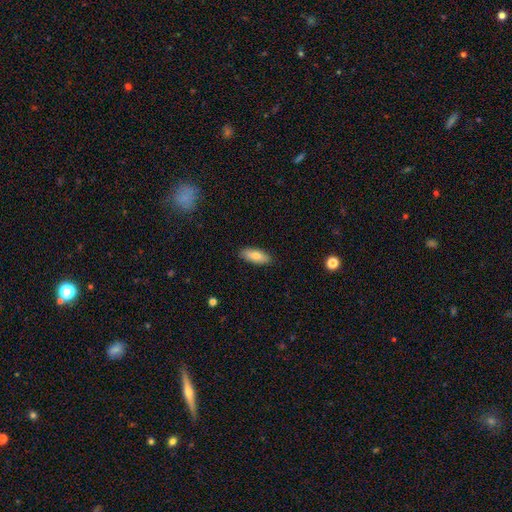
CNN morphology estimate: type=smooth (79%); roundness=in between (76%); merging=none (88%).